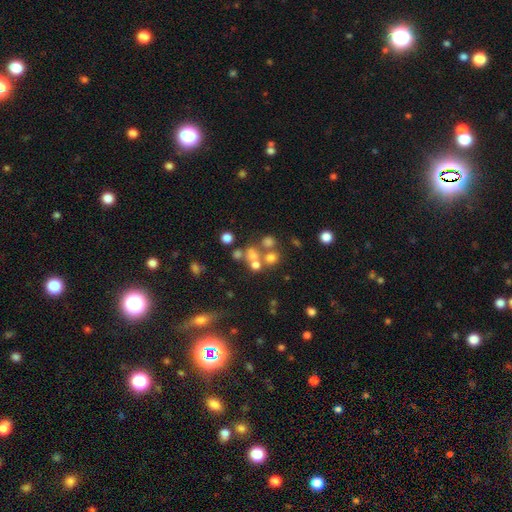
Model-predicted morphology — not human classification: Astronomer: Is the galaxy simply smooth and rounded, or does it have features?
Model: star or artifact — 44% (runner-up: smooth, 33%).